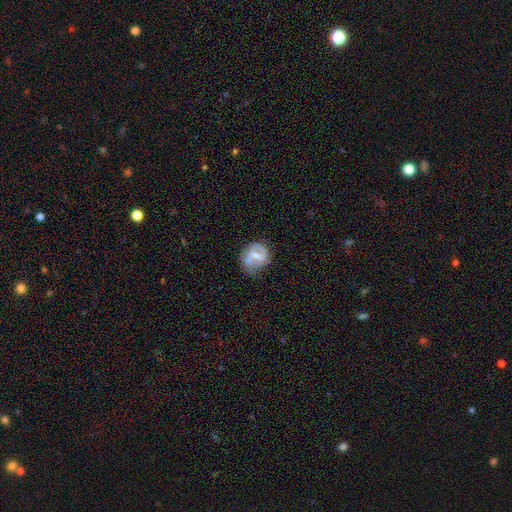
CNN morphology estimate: Smooth or featured? featured or disk (73%)
Edge-on disk? no (98%)
Bar? weak (47%)
Spiral arms? yes (85%)
Spiral winding? medium (47%)
Spiral arm count? 2 (80%)
Bulge size? moderate (49%)
Merging? none (65%)